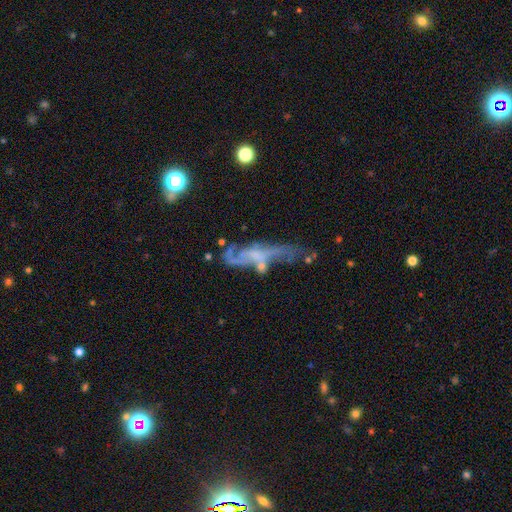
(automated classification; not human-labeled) smooth_or_featured: featured or disk (p=0.67) [alt: smooth p=0.20]
disk_edge_on: no (p=0.71) [alt: yes p=0.29]
merging: none (p=0.33) [alt: major disturbance p=0.30]